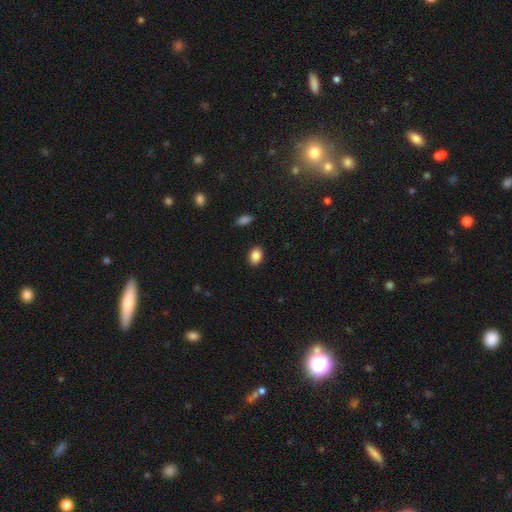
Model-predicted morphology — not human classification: Overall: smooth (87%). How rounded: in between (75%). Merging: none (89%).